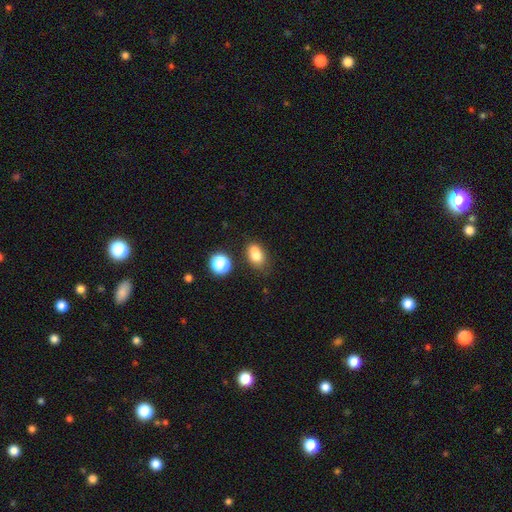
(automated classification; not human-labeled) This appears to be a smooth galaxy with no disk features (72%) that is in between round and cigar-shaped (53%). Merging: merger (46%).